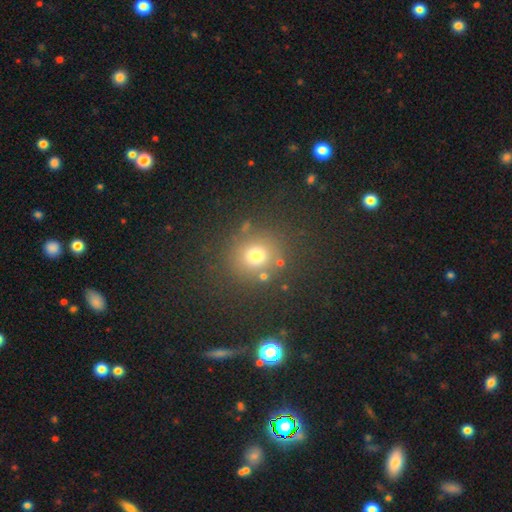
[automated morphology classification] smooth-or-featured: smooth: 72% | star or artifact: 20% | featured or disk: 8%
  how-rounded: round: 86% | in between: 13% | cigar-shaped: 1%
  merging: none: 81% | minor disturbance: 10% | merger: 5% | major disturbance: 5%